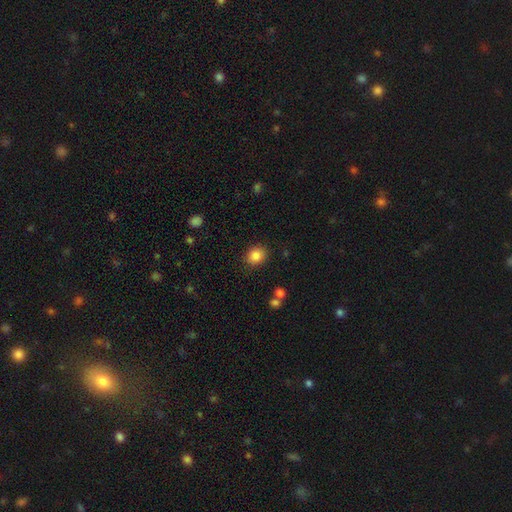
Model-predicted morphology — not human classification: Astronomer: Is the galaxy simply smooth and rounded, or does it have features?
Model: smooth — 85%.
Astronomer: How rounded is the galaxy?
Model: round — 66%.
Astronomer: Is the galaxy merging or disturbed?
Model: none — 87%.